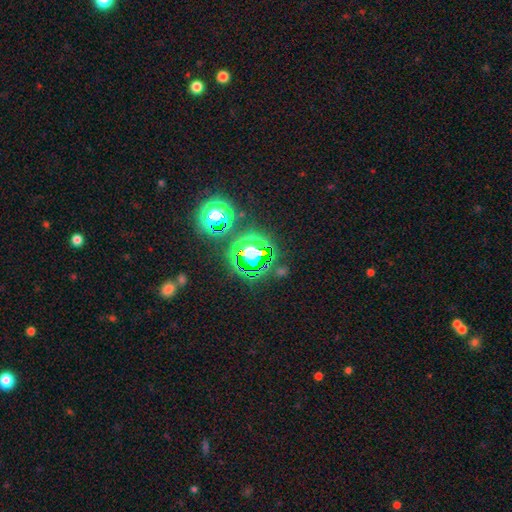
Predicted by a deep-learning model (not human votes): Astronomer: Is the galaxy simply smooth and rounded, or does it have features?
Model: star or artifact — 65%.